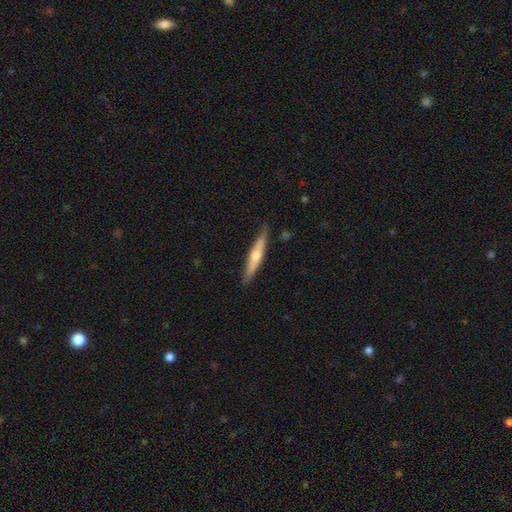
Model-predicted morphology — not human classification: Smooth or featured?
  - featured or disk: 55% *
  - smooth: 40%
  - star or artifact: 6%
Edge-on disk?
  - yes: 94% *
  - no: 6%
Edge-on bulge?
  - rounded: 86% *
  - none: 11%
  - boxy: 4%
Merging?
  - none: 87% *
  - minor disturbance: 10%
  - major disturbance: 2%
  - merger: 1%